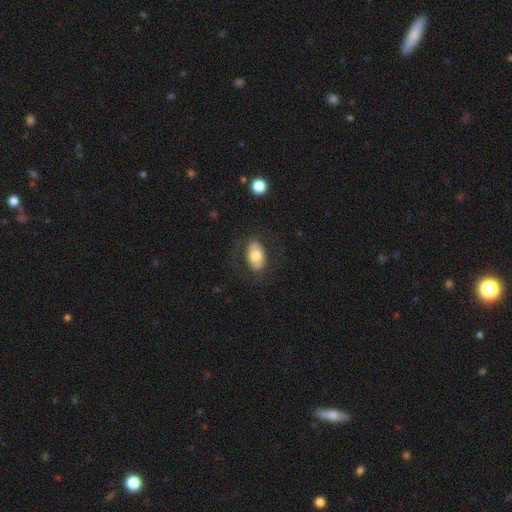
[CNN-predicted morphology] Q: Smooth or featured?
A: smooth (68%); runner-up: featured or disk (25%)
Q: How rounded?
A: in between (91%); runner-up: round (8%)
Q: Merging?
A: none (78%); runner-up: minor disturbance (12%)